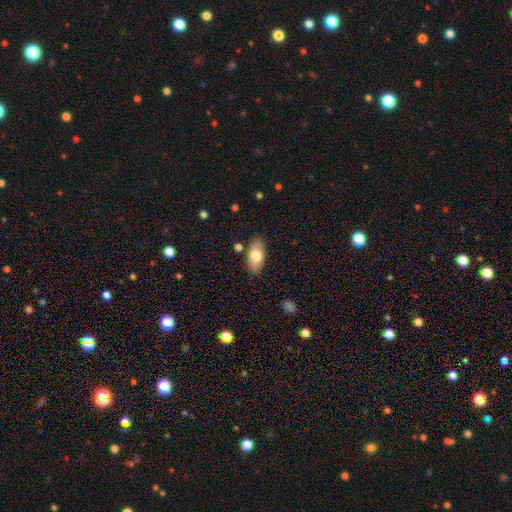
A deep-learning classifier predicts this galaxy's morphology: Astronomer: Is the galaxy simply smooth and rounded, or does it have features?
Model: smooth — 76%.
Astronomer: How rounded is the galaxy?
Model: in between — 92%.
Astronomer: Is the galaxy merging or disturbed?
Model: none — 85%.